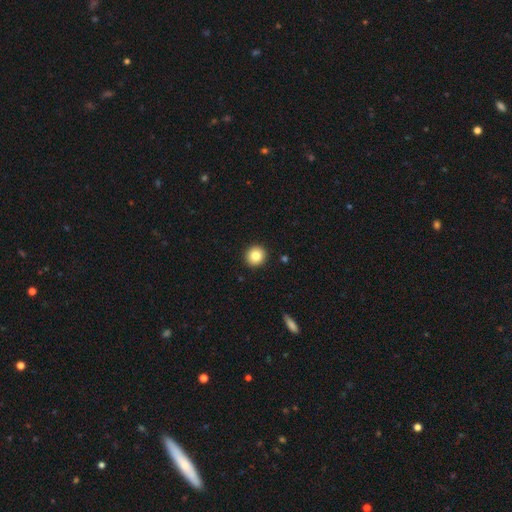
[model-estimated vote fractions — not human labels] Smooth or featured?
  - smooth: 83% *
  - star or artifact: 9%
  - featured or disk: 8%
How rounded?
  - round: 93% *
  - in between: 6%
  - cigar-shaped: 1%
Merging?
  - none: 93% *
  - minor disturbance: 5%
  - major disturbance: 1%
  - merger: 1%